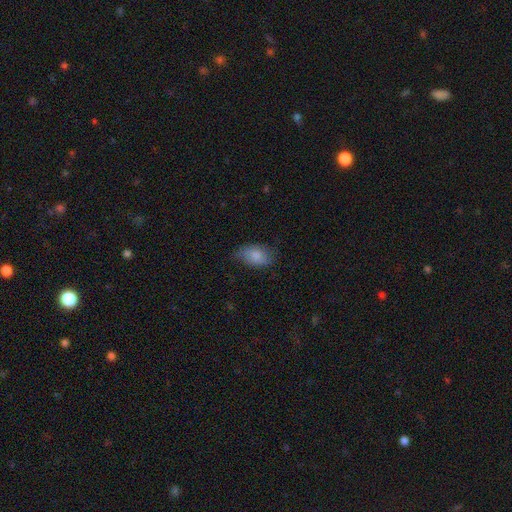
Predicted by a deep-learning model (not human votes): smooth 81%, featured or disk 12%, star or artifact 7%. Down the decision tree: how rounded — in between (90%); merging — none (67%).